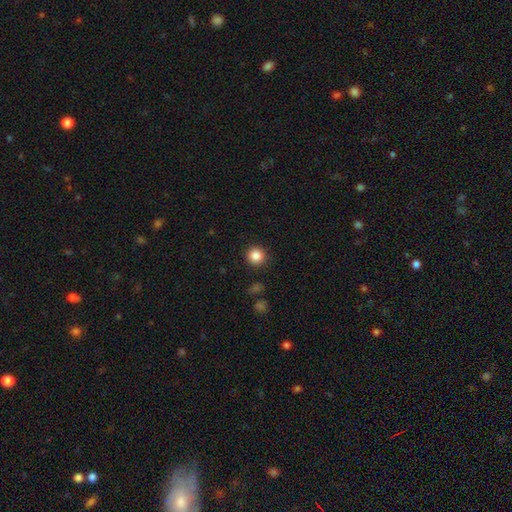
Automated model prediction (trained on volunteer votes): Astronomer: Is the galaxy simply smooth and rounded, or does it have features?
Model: smooth — 85%.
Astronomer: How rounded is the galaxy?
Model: round — 94%.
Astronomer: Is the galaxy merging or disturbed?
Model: none — 91%.